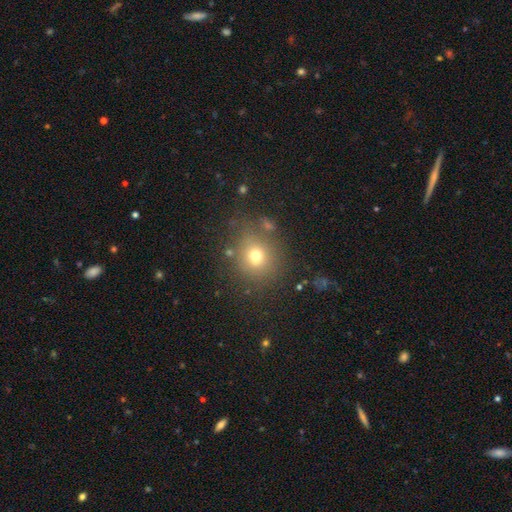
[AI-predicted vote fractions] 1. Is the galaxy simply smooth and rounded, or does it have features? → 70% smooth, 18% star or artifact, 13% featured or disk.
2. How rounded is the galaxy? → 81% round, 18% in between, 1% cigar-shaped.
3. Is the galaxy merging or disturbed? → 76% none, 13% minor disturbance, 6% major disturbance, 5% merger.